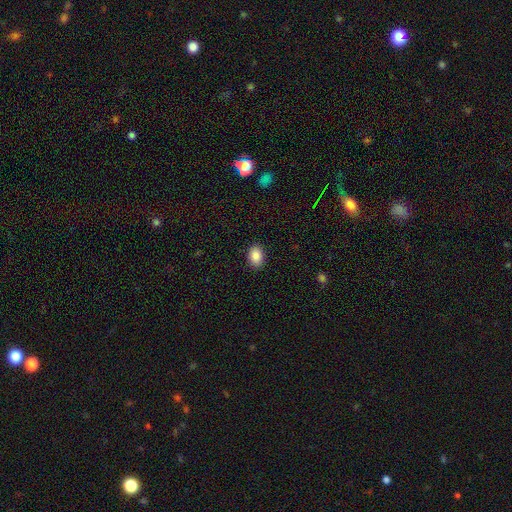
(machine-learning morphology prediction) This is clearly a smooth galaxy (87%). How rounded: clearly in between (81%). Merging: clearly none (89%).